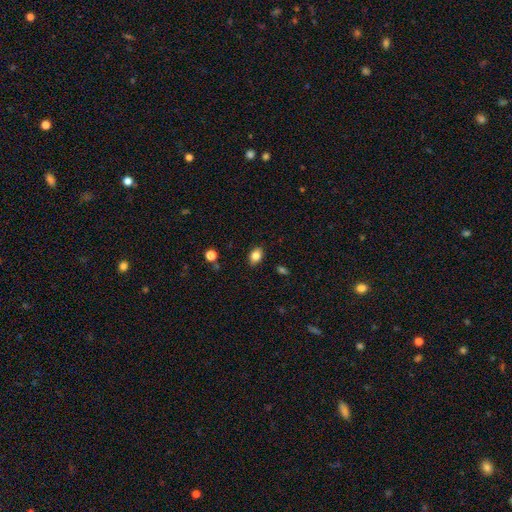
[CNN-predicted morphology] The model was most divided on "how rounded": in between: 70%, round: 29%, cigar-shaped: 1%. More confident: merging — none (87%); smooth or featured — smooth (84%).